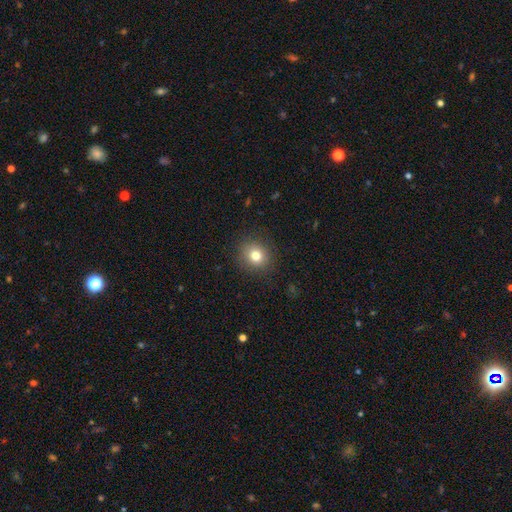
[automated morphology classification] Smooth or featured? Predicted: smooth (p=0.79). How rounded? Predicted: round (p=0.81). Merging? Predicted: none (p=0.88).